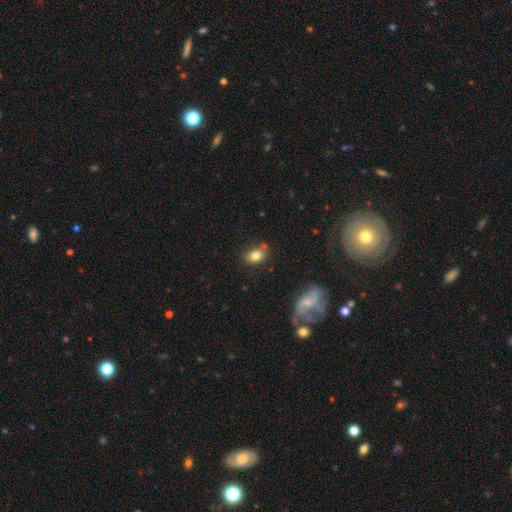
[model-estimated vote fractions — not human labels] Morphology: type=smooth (80%); roundness=in between (74%); merging=none (68%).